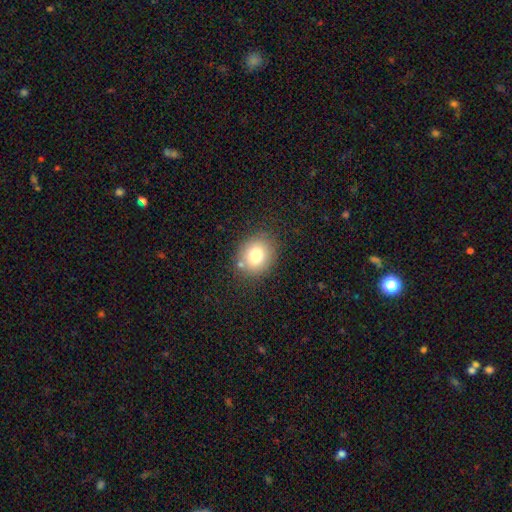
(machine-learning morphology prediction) smooth_or_featured: smooth (p=0.77) [alt: featured or disk p=0.12]
how_rounded: round (p=0.59) [alt: in between p=0.41]
merging: none (p=0.78) [alt: minor disturbance p=0.13]